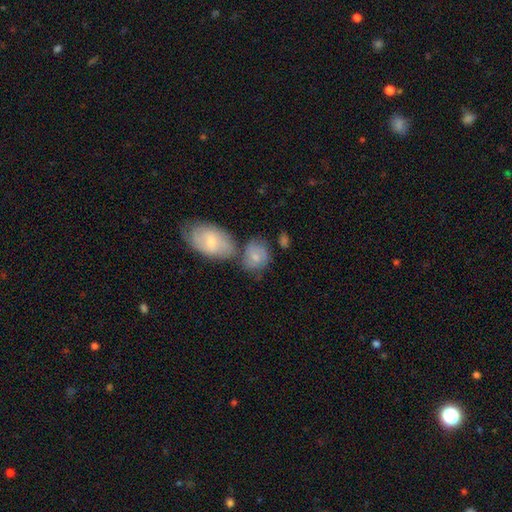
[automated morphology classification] Q: Smooth or featured?
A: smooth (70%); runner-up: featured or disk (23%)
Q: How rounded?
A: round (54%); runner-up: in between (44%)
Q: Merging?
A: none (42%); runner-up: merger (34%)